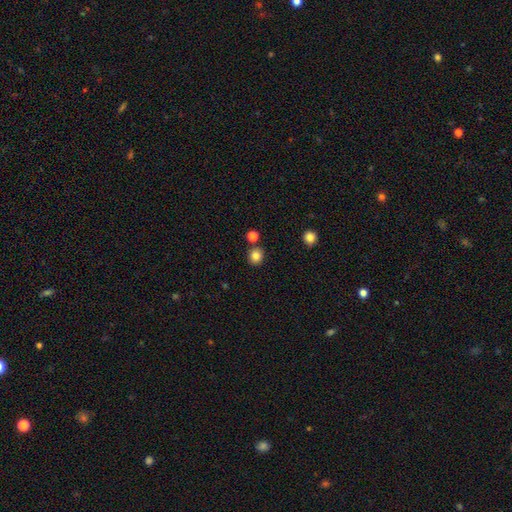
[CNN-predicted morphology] Overall: smooth (82%). How rounded: round (85%). Merging: none (83%).